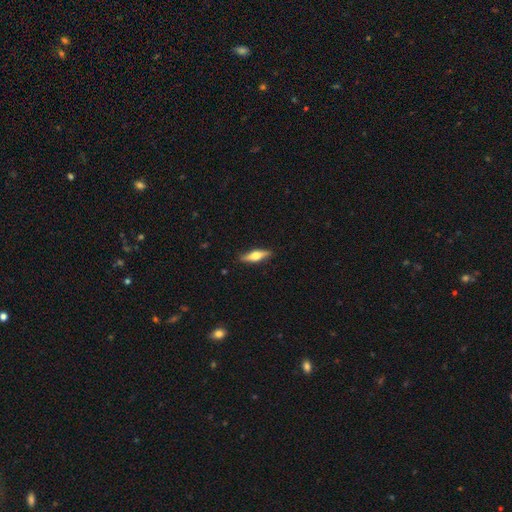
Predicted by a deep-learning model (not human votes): smooth-or-featured: featured or disk: 52% | smooth: 42% | star or artifact: 6%
  disk-edge-on: yes: 94% | no: 6%
  merging: none: 89% | minor disturbance: 8% | major disturbance: 2% | merger: 1%